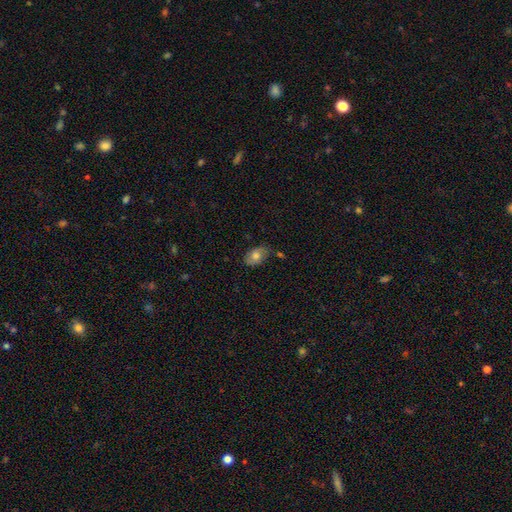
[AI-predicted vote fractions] The model was most divided on "merging": none: 70%, minor disturbance: 21%, merger: 5%, major disturbance: 4%. More confident: how rounded — in between (88%); smooth or featured — smooth (75%).